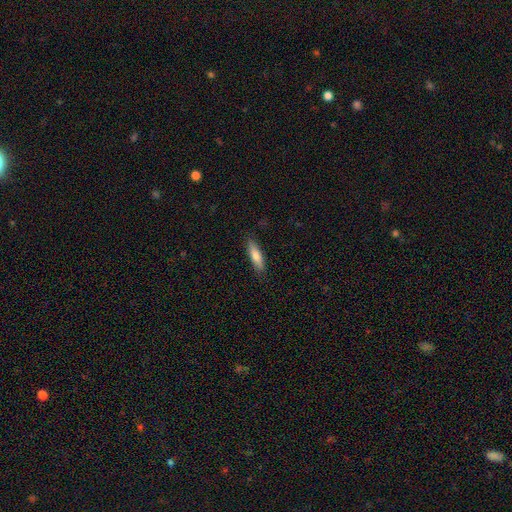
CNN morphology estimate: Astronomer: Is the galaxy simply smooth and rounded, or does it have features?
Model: smooth — 76%.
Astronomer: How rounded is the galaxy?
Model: cigar-shaped — 67%.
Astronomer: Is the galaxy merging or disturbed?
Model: none — 86%.